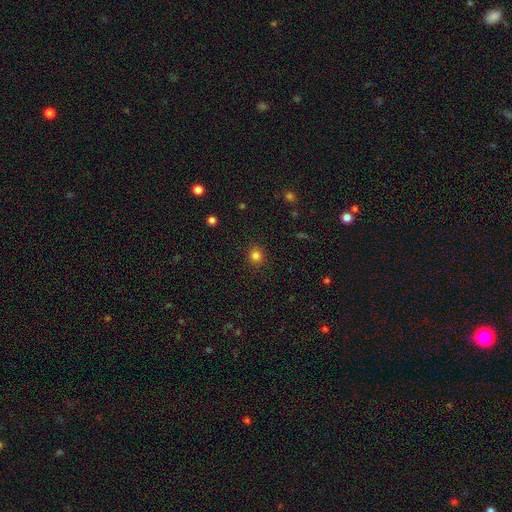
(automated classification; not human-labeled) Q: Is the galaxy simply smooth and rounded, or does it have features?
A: smooth — 83%.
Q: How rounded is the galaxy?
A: round — 88%.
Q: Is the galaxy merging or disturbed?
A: none — 90%.